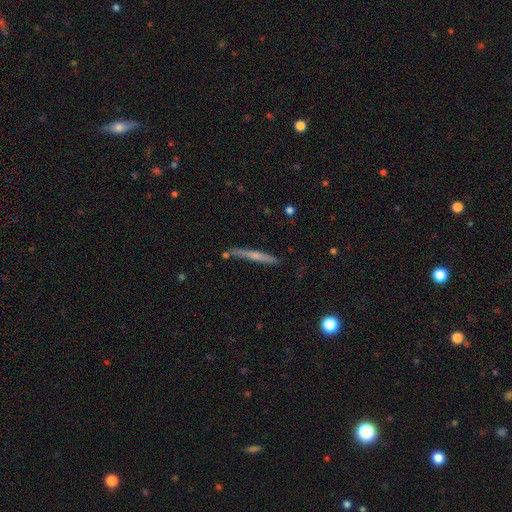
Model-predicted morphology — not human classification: Smooth or featured?
  - featured or disk: 52% *
  - smooth: 42%
  - star or artifact: 7%
Edge-on disk?
  - yes: 96% *
  - no: 4%
Merging?
  - none: 81% *
  - minor disturbance: 13%
  - merger: 4%
  - major disturbance: 2%